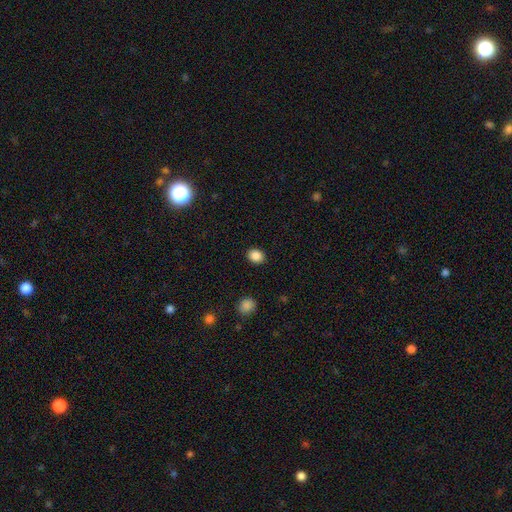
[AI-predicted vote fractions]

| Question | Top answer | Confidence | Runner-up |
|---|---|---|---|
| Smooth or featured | smooth | 87% | star or artifact (10%) |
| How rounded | in between | 54% | round (45%) |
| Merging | none | 89% | minor disturbance (7%) |